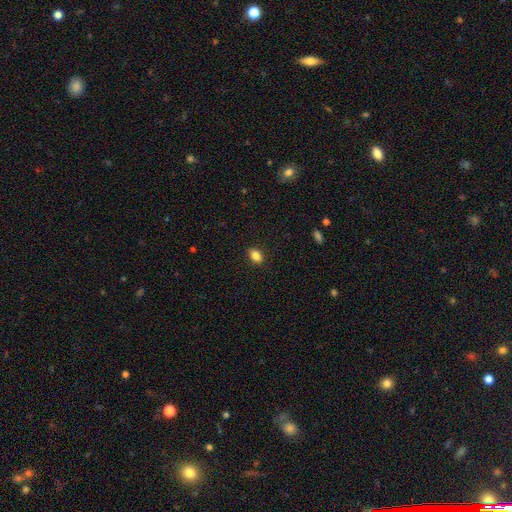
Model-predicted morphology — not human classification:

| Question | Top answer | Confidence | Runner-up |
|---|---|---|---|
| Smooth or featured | smooth | 86% | star or artifact (9%) |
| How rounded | in between | 81% | round (17%) |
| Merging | none | 88% | minor disturbance (9%) |